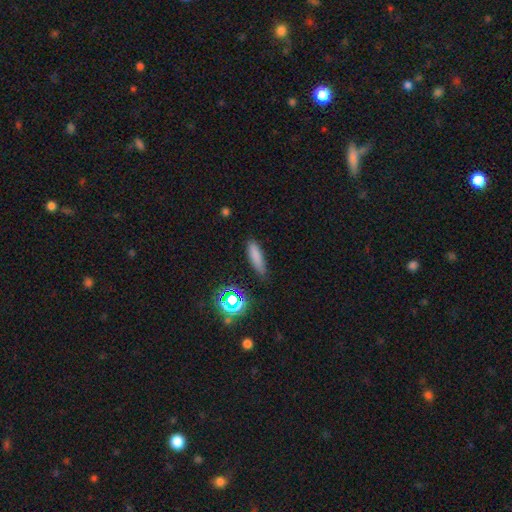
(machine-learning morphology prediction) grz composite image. It shows a smooth galaxy with no disk features (75%) that is cigar-shaped (64%). Merging: none (75%).